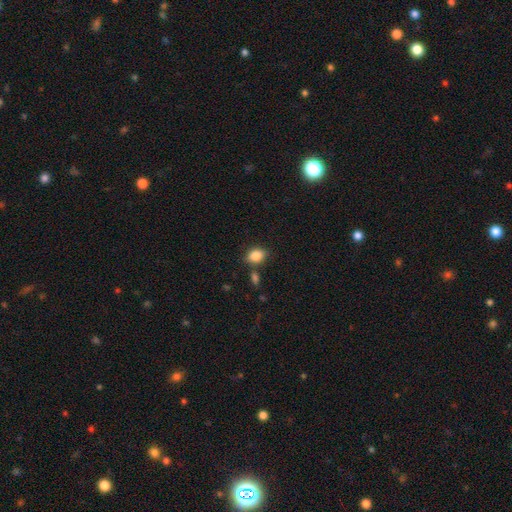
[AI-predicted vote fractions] smooth 85%, star or artifact 9%, featured or disk 6%. Down the decision tree: how rounded — in between (66%); merging — none (73%).